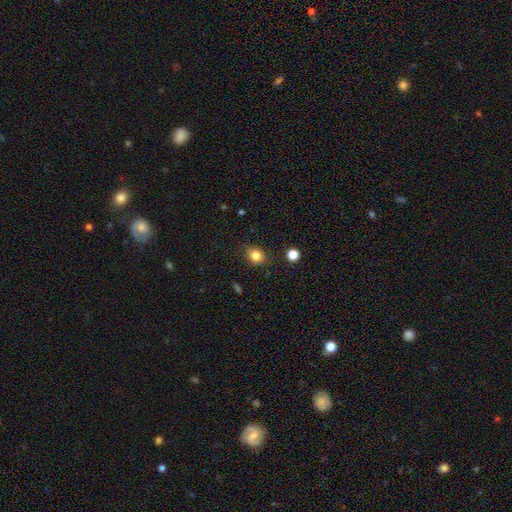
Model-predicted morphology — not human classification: The model was most divided on "how rounded": round: 61%, in between: 38%, cigar-shaped: 1%. More confident: merging — none (86%); smooth or featured — smooth (82%).